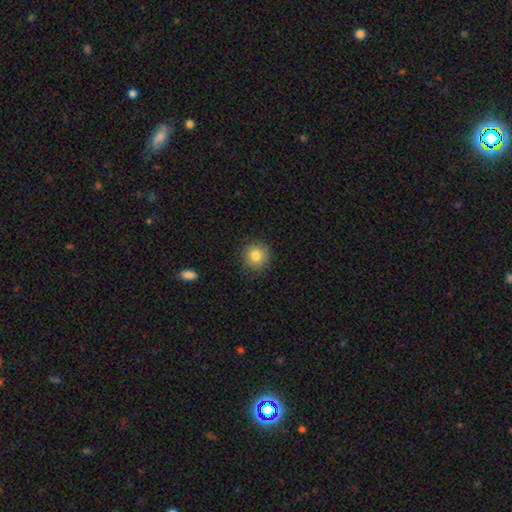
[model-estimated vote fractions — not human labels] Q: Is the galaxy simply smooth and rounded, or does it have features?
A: smooth — 81%.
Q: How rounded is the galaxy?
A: round — 91%.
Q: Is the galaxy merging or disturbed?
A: none — 87%.